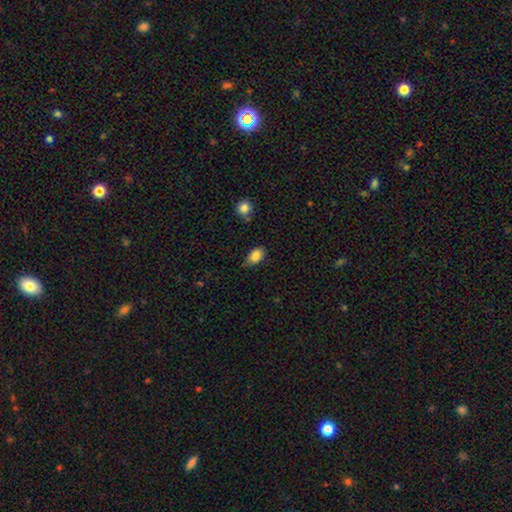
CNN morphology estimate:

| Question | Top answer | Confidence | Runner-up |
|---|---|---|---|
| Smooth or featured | smooth | 85% | star or artifact (8%) |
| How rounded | in between | 84% | round (15%) |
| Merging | none | 68% | minor disturbance (26%) |